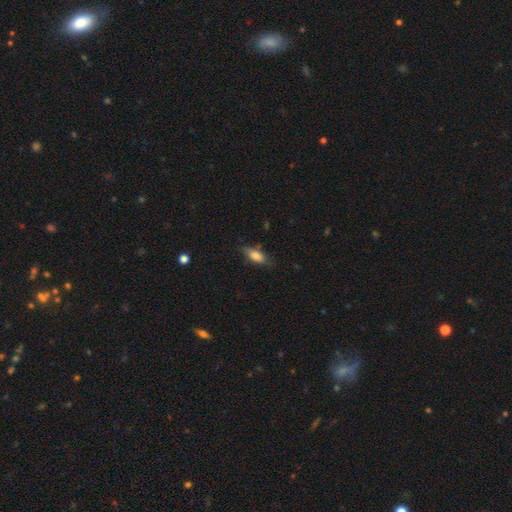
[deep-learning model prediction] Smooth or featured: smooth — 74% (featured or disk — 18%)
How rounded: in between — 75% (cigar-shaped — 22%)
Merging: none — 66% (minor disturbance — 26%)